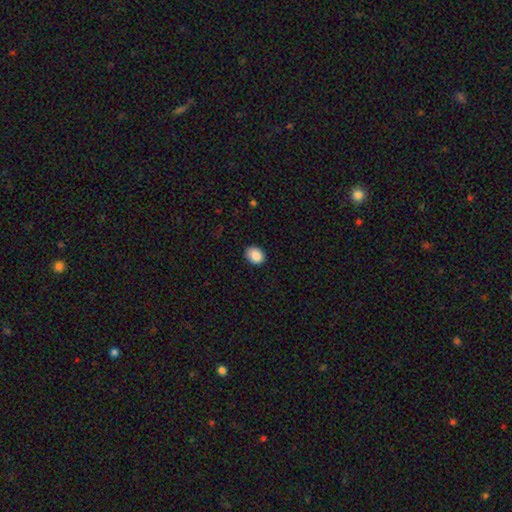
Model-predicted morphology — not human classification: smooth_or_featured: smooth (p=0.88) [alt: star or artifact p=0.08]
how_rounded: in between (p=0.58) [alt: round p=0.41]
merging: none (p=0.85) [alt: minor disturbance p=0.12]